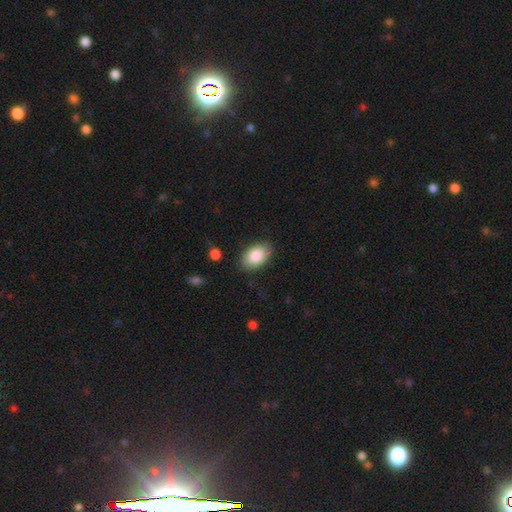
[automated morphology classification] smooth-or-featured: smooth: 86% | featured or disk: 7% | star or artifact: 7%
  how-rounded: in between: 88% | round: 10% | cigar-shaped: 1%
  merging: none: 83% | minor disturbance: 13% | major disturbance: 3% | merger: 2%